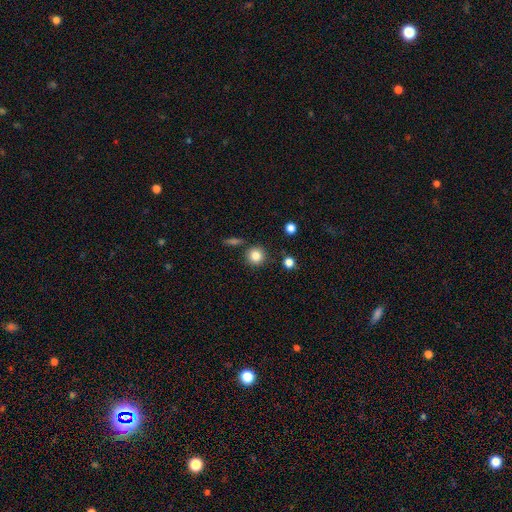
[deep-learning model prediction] Smooth or featured?
  - smooth: 83% *
  - star or artifact: 11%
  - featured or disk: 6%
How rounded?
  - round: 92% *
  - in between: 7%
  - cigar-shaped: 1%
Merging?
  - none: 85% *
  - minor disturbance: 8%
  - merger: 5%
  - major disturbance: 3%